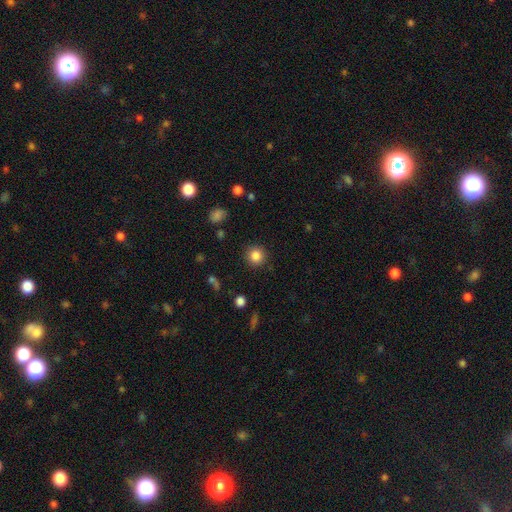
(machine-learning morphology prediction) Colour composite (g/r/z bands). It shows a smooth galaxy with no disk features (84%) that is round (93%). Merging: none (90%).